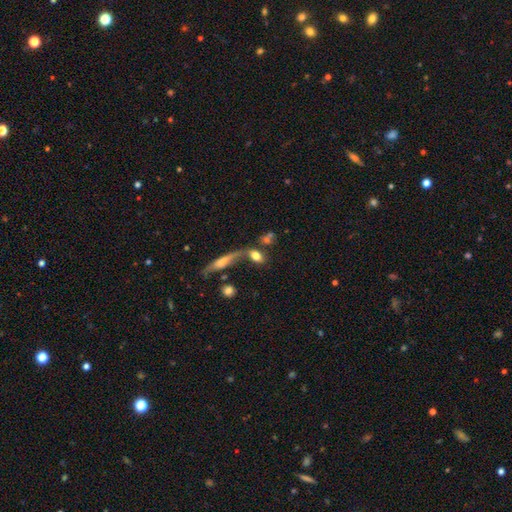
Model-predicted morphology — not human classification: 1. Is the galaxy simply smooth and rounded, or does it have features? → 73% smooth, 17% featured or disk, 10% star or artifact.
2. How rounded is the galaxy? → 72% in between, 15% round, 13% cigar-shaped.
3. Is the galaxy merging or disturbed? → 42% none, 35% merger, 14% minor disturbance, 9% major disturbance.